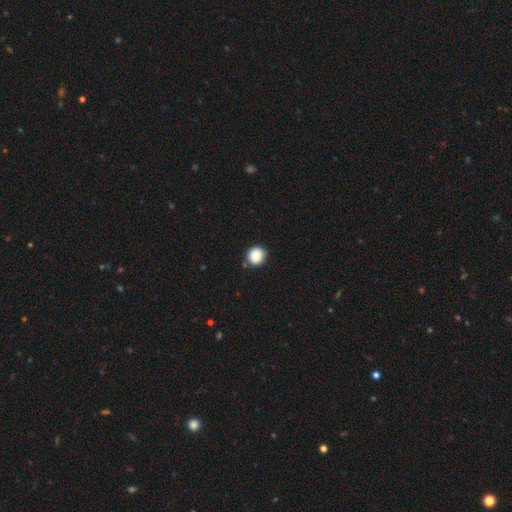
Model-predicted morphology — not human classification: Smooth or featured: smooth — 85% (star or artifact — 9%)
How rounded: round — 92% (in between — 7%)
Merging: none — 83% (minor disturbance — 12%)